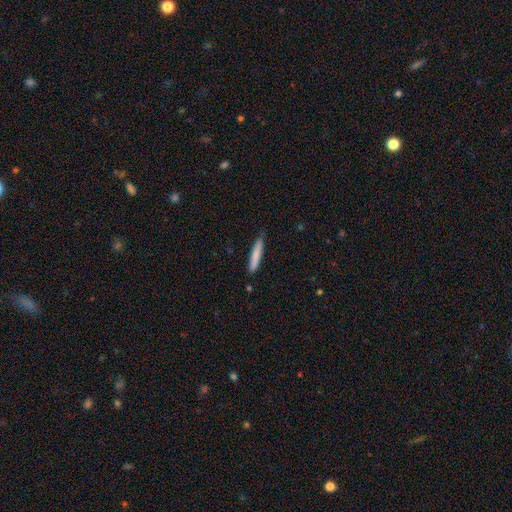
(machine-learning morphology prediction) type=smooth (80%); roundness=cigar-shaped (93%); merging=none (85%).